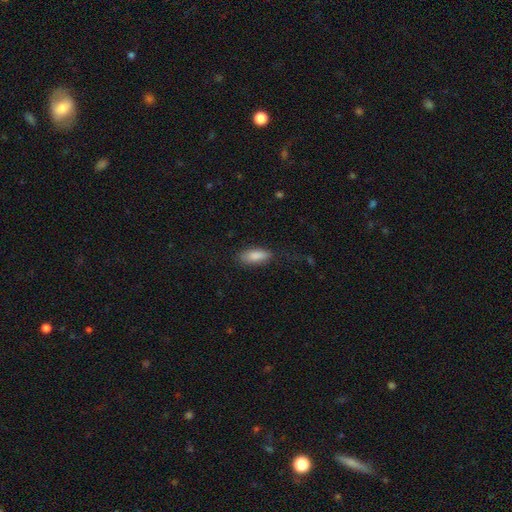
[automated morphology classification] smooth-or-featured: smooth: 87% | featured or disk: 7% | star or artifact: 7%
  how-rounded: in between: 78% | cigar-shaped: 19% | round: 2%
  merging: none: 78% | minor disturbance: 15% | major disturbance: 5% | merger: 1%